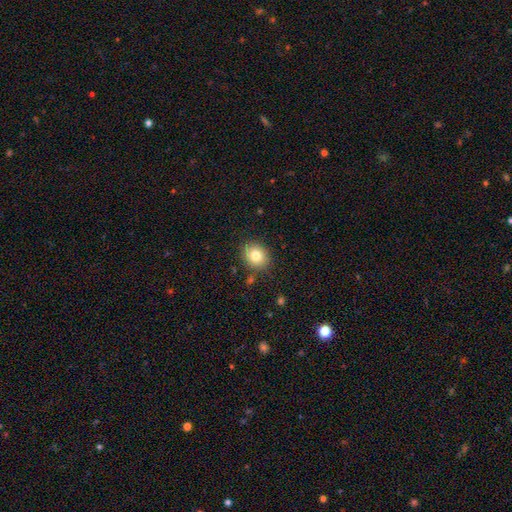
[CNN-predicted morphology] Smooth or featured?
  - smooth: 80% *
  - featured or disk: 11%
  - star or artifact: 10%
How rounded?
  - round: 66% *
  - in between: 33%
  - cigar-shaped: 1%
Merging?
  - none: 83% *
  - minor disturbance: 11%
  - major disturbance: 3%
  - merger: 3%